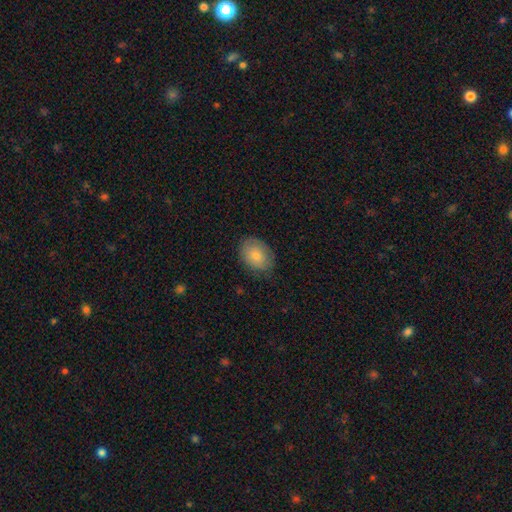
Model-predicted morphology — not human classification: type=smooth (75%); roundness=in between (72%); merging=none (78%).